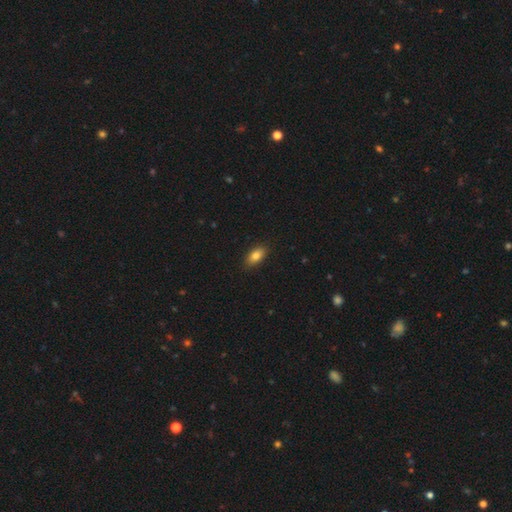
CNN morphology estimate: This is clearly a smooth galaxy (83%). How rounded: clearly in between (90%). Merging: clearly none (87%).